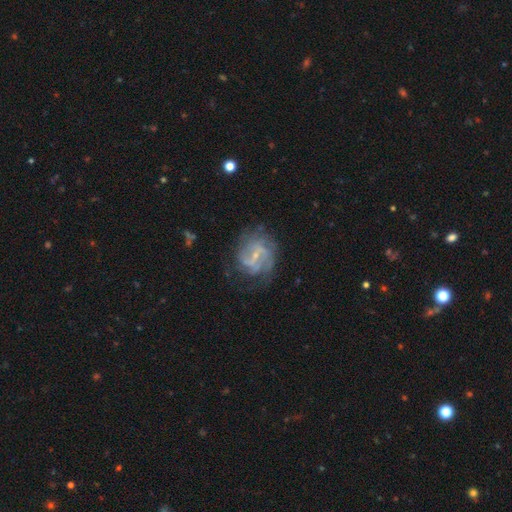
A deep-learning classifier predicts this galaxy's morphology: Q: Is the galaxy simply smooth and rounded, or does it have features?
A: featured or disk — 79%.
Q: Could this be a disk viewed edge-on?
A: no — 97%.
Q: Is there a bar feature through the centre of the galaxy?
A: weak — 55%.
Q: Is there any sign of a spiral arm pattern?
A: yes — 87%.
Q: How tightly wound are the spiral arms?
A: medium — 42%.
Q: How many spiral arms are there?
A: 2 — 39%.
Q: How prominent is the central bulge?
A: small — 72%.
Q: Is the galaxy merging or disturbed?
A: none — 64%.